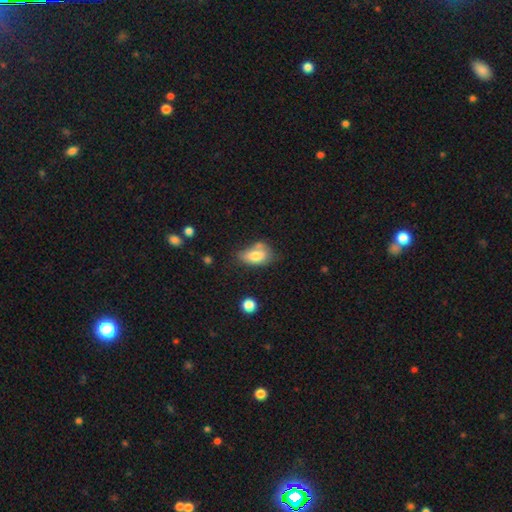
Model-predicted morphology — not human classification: Smooth or featured: smooth — 74% (featured or disk — 18%)
How rounded: in between — 88% (round — 9%)
Merging: none — 41% (minor disturbance — 30%)